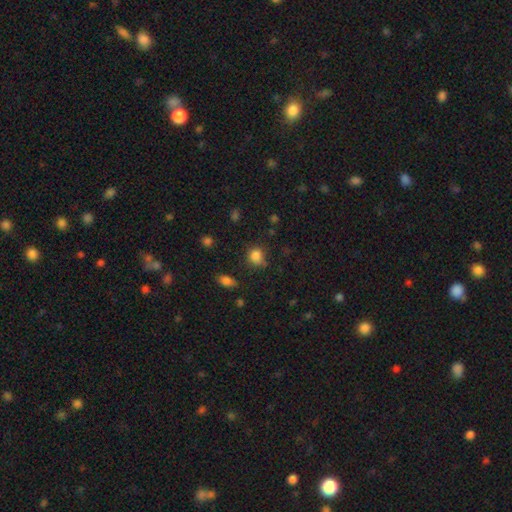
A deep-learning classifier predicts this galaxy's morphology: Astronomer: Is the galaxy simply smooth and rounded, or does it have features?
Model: smooth — 82%.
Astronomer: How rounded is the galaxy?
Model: round — 66%.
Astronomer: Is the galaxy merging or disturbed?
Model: none — 64%.